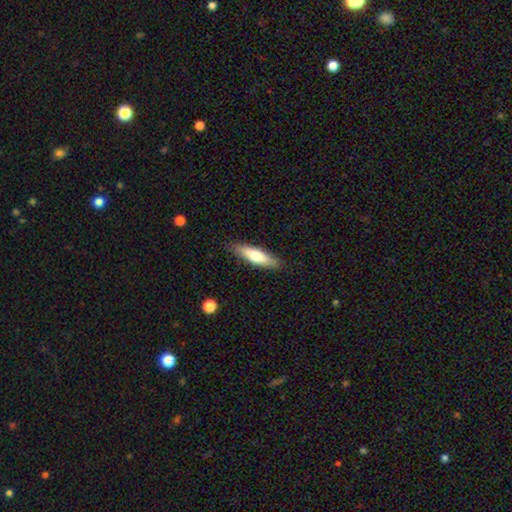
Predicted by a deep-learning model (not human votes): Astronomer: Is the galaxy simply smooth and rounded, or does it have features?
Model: smooth — 64%.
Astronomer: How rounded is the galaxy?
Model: cigar-shaped — 66%.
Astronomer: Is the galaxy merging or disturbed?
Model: none — 87%.